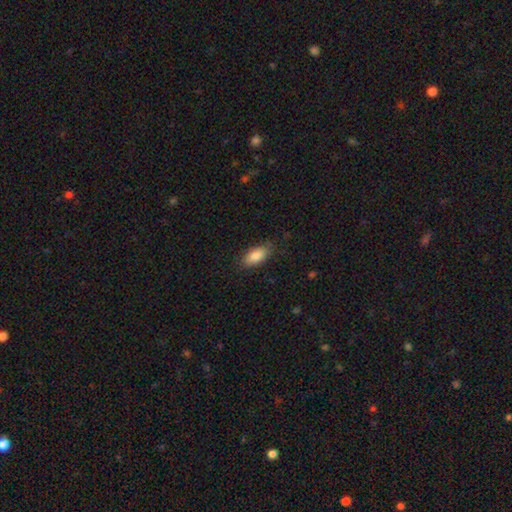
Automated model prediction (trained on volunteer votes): Q: Smooth or featured?
A: smooth (85%); runner-up: featured or disk (8%)
Q: How rounded?
A: in between (88%); runner-up: cigar-shaped (9%)
Q: Merging?
A: none (80%); runner-up: minor disturbance (16%)